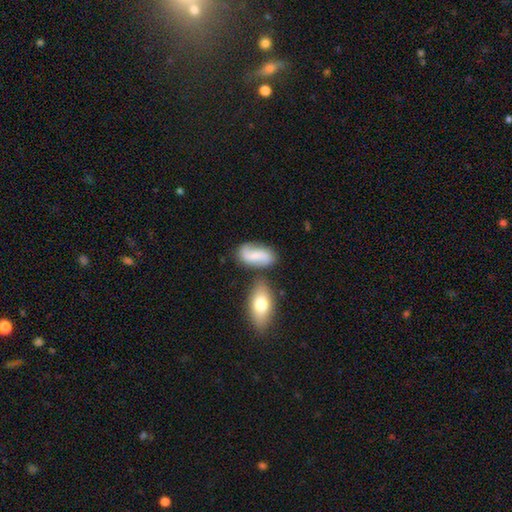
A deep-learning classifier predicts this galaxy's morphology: The model was most divided on "smooth or featured": smooth: 47%, featured or disk: 45%, star or artifact: 8%. More confident: merging — none (62%).